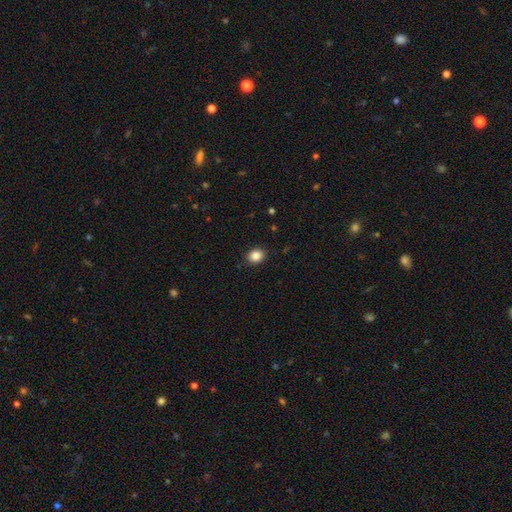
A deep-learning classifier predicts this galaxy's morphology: Smooth or featured? smooth (86%)
How rounded? round (58%)
Merging? none (90%)